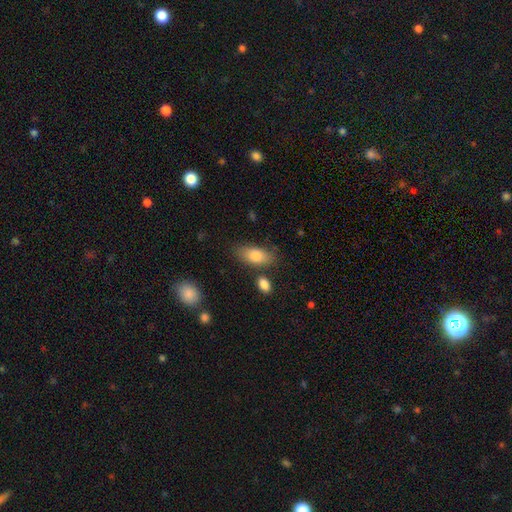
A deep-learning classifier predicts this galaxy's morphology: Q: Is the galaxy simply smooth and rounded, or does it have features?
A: smooth — 82%.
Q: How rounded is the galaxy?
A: in between — 89%.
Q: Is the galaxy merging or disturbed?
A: none — 74%.